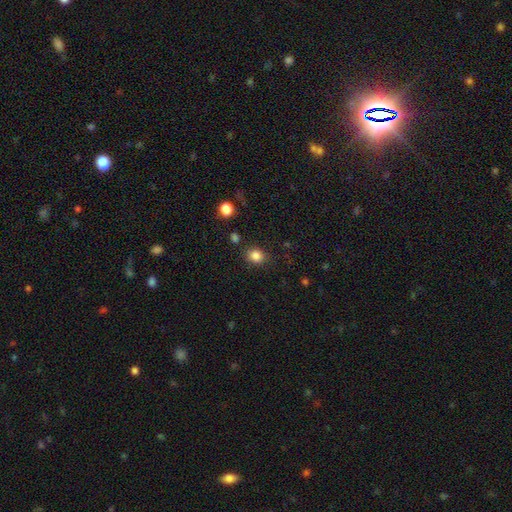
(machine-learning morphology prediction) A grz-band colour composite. It shows a smooth galaxy with no disk features (84%) that is round (61%). Merging: none (83%).